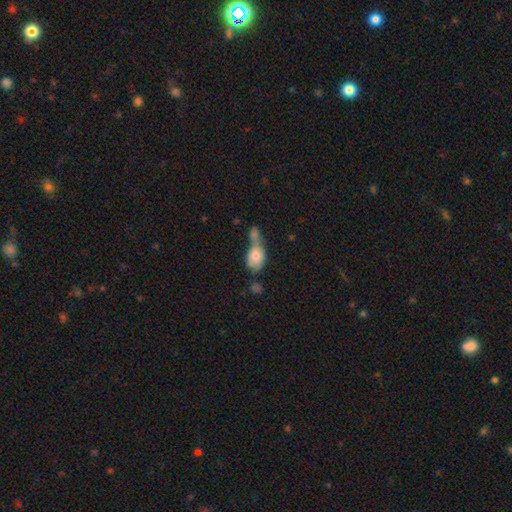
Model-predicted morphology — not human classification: Smooth or featured: smooth — 72% (featured or disk — 20%)
How rounded: in between — 72% (round — 25%)
Merging: merger — 56% (none — 19%)